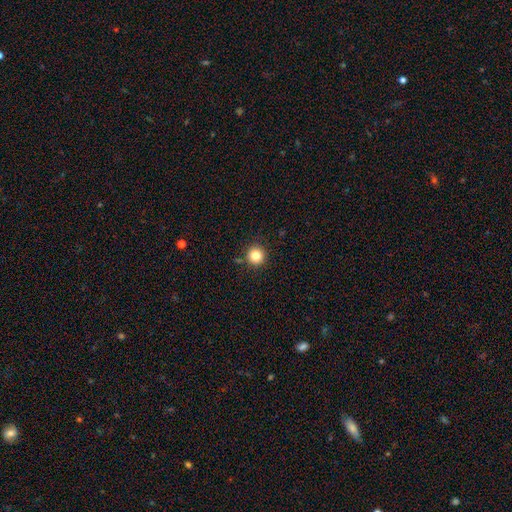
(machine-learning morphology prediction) Smooth or featured? Predicted: smooth (p=0.83). How rounded? Predicted: round (p=0.94). Merging? Predicted: none (p=0.87).